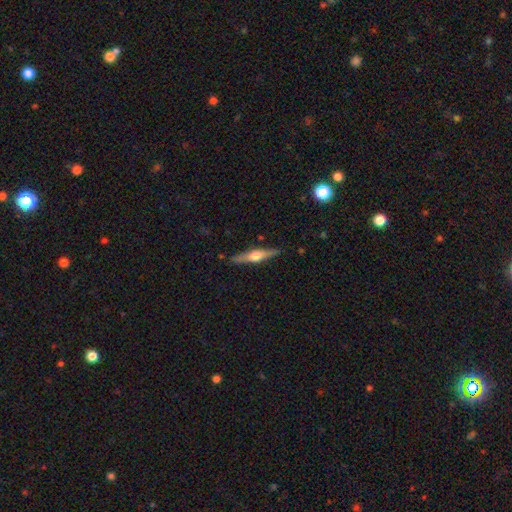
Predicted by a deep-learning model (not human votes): Overall: featured or disk (66%; smooth 29%). Edge-on disk: yes (97%). Edge-on bulge: rounded (92%). Merging: none (88%).